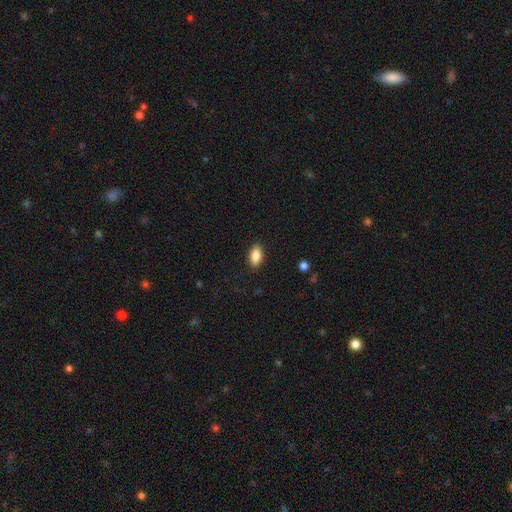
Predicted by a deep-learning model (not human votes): Smooth or featured: smooth — 87% (star or artifact — 7%)
How rounded: in between — 92% (round — 4%)
Merging: none — 89% (minor disturbance — 8%)